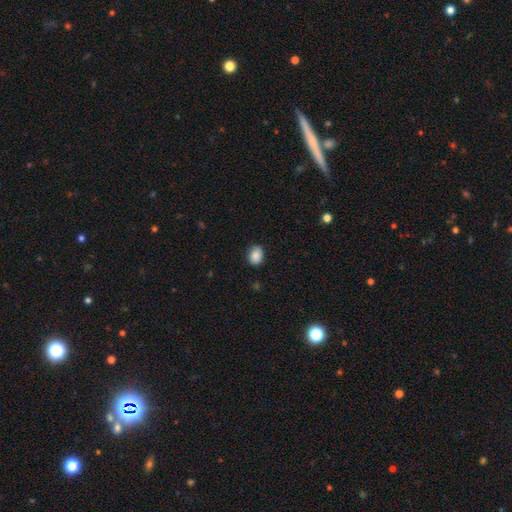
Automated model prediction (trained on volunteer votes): Smooth or featured?
  - smooth: 86% *
  - star or artifact: 8%
  - featured or disk: 6%
How rounded?
  - in between: 64% *
  - round: 35%
  - cigar-shaped: 1%
Merging?
  - none: 83% *
  - minor disturbance: 13%
  - major disturbance: 2%
  - merger: 1%